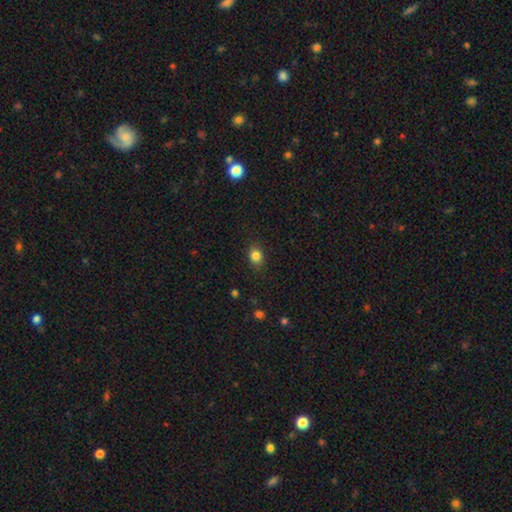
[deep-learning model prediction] Morphology: type=smooth (83%); roundness=in between (50%); merging=none (86%).